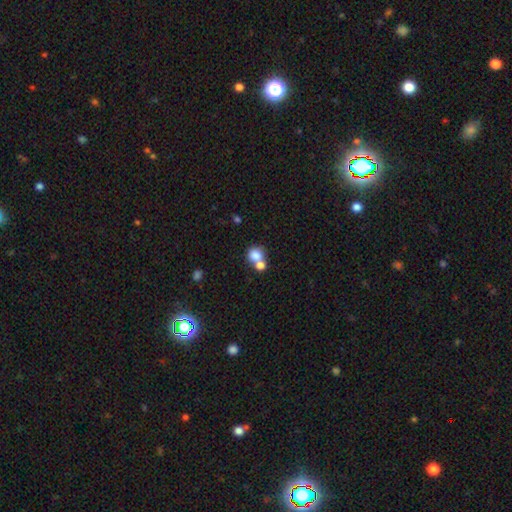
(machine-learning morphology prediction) Smooth or featured? smooth (79%)
How rounded? round (78%)
Merging? merger (51%)